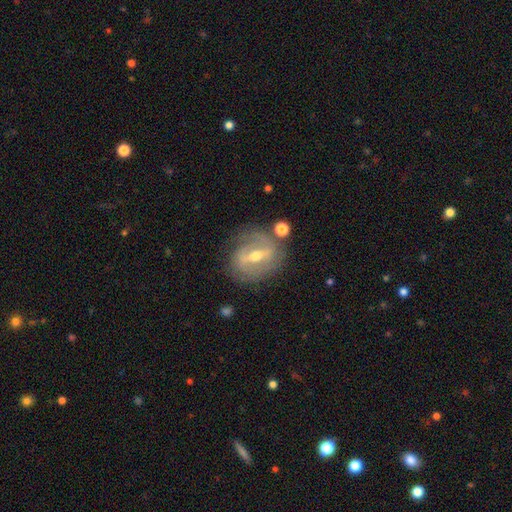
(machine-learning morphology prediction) smooth_or_featured: featured or disk (p=0.78) [alt: smooth p=0.15]
disk_edge_on: no (p=0.91) [alt: yes p=0.09]
bar: strong (p=0.58) [alt: weak p=0.32]
has_spiral_arms: yes (p=0.71) [alt: no p=0.29]
spiral_winding: tight (p=0.46) [alt: medium p=0.36]
spiral_arm_count: 2 (p=0.61) [alt: can't tell p=0.23]
bulge_size: moderate (p=0.64) [alt: small p=0.32]
merging: none (p=0.72) [alt: minor disturbance p=0.17]